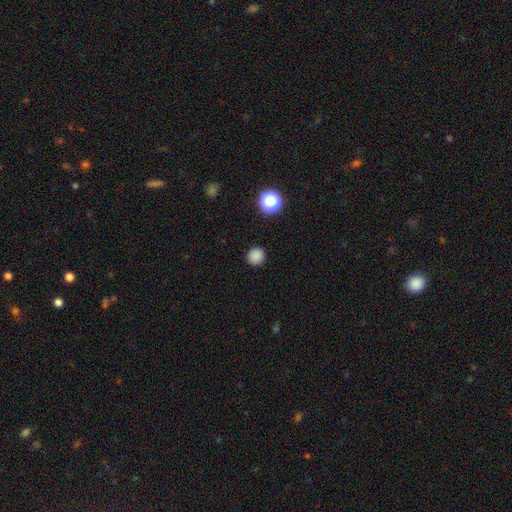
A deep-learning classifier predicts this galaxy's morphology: Smooth or featured? Predicted: smooth (p=0.84). How rounded? Predicted: round (p=0.94). Merging? Predicted: none (p=0.91).